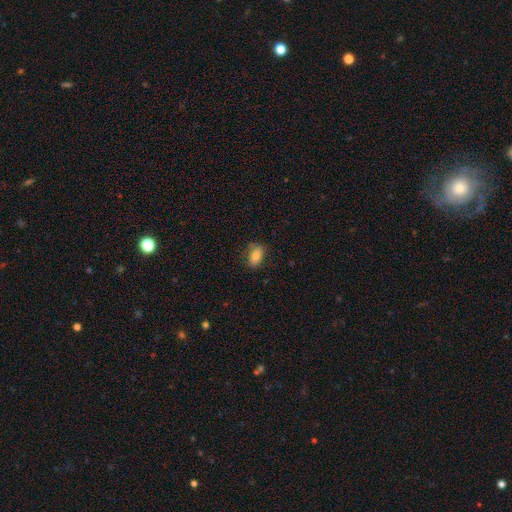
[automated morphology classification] This appears to be a smooth galaxy with no disk features (76%) that is in between round and cigar-shaped (87%). Merging: none (76%).